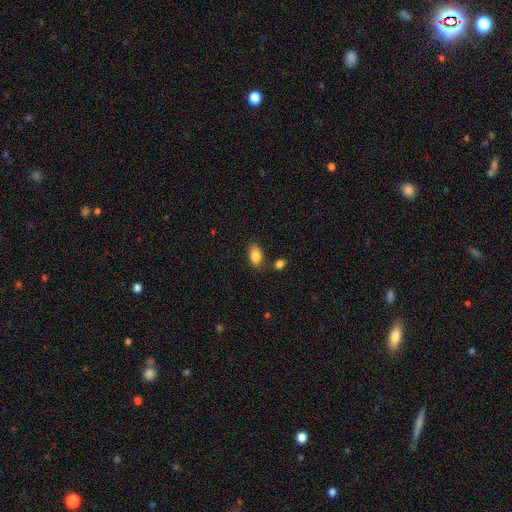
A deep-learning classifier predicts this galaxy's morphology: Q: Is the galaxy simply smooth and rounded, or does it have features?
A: smooth — 87%.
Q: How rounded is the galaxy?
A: in between — 91%.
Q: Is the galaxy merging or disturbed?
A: none — 79%.